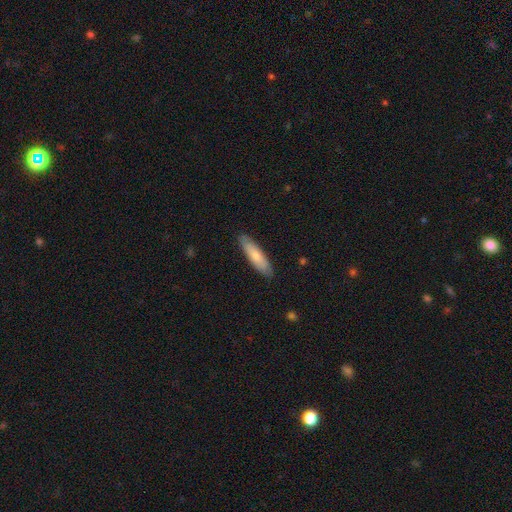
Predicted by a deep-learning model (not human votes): Smooth or featured? smooth (75%)
How rounded? cigar-shaped (69%)
Merging? none (87%)